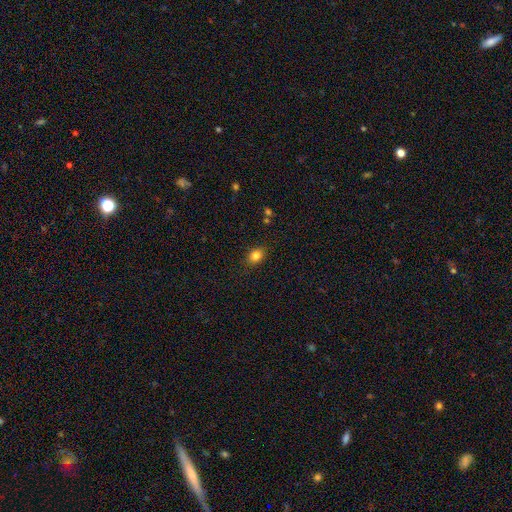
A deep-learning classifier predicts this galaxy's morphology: This is clearly a smooth galaxy (83%). How rounded: possibly in between (59%). Merging: clearly none (85%).